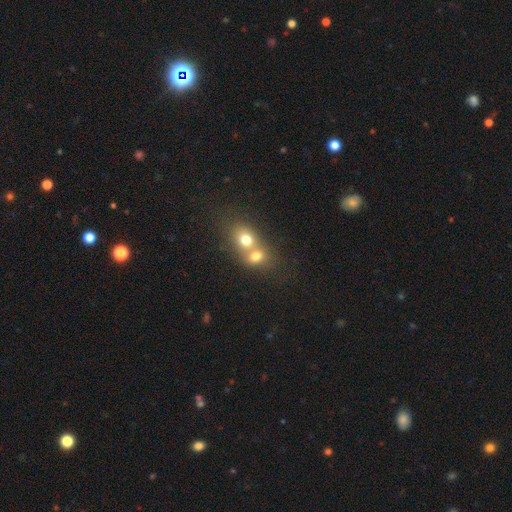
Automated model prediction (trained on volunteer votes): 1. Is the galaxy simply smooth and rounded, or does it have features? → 59% smooth, 23% star or artifact, 18% featured or disk.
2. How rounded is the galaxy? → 65% round, 33% in between, 2% cigar-shaped.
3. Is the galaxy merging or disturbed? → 59% merger, 33% none, 6% minor disturbance, 3% major disturbance.